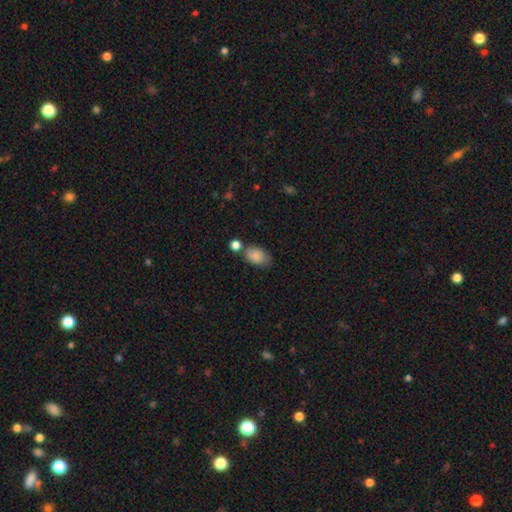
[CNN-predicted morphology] Smooth or featured?
  - smooth: 86% *
  - star or artifact: 8%
  - featured or disk: 6%
How rounded?
  - in between: 89% *
  - round: 9%
  - cigar-shaped: 2%
Merging?
  - none: 62% *
  - minor disturbance: 19%
  - merger: 14%
  - major disturbance: 5%